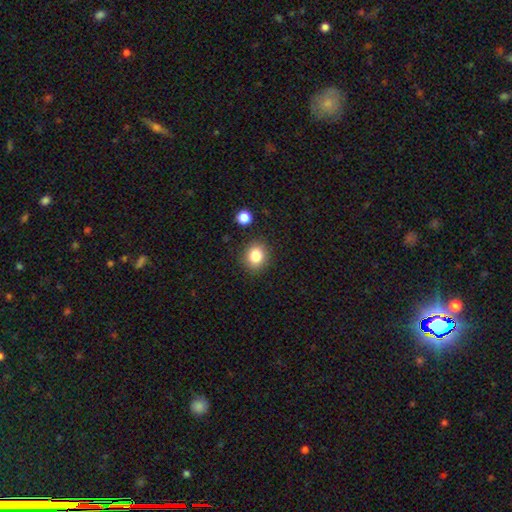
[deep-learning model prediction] smooth-or-featured: smooth: 83% | star or artifact: 11% | featured or disk: 6%
  how-rounded: round: 72% | in between: 27% | cigar-shaped: 1%
  merging: none: 86% | minor disturbance: 9% | merger: 3% | major disturbance: 3%